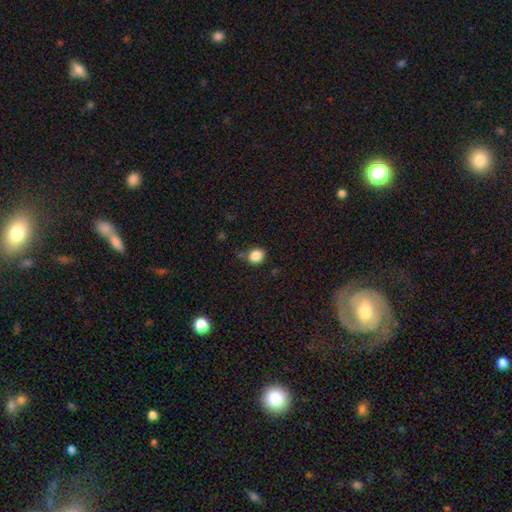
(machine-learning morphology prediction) type=smooth (85%); roundness=round (64%); merging=none (68%).